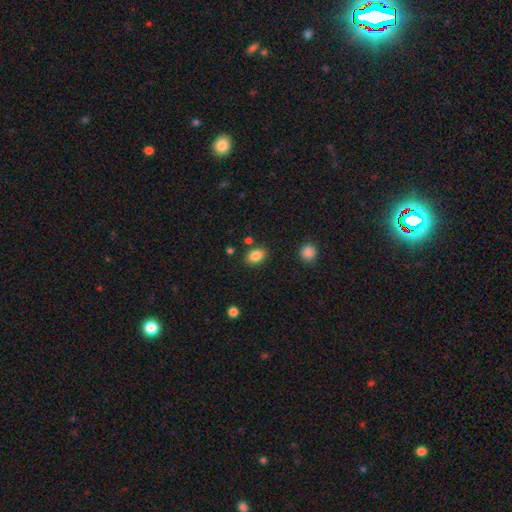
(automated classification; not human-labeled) Smooth or featured? Predicted: smooth (p=0.85). How rounded? Predicted: in between (p=0.77). Merging? Predicted: none (p=0.83).